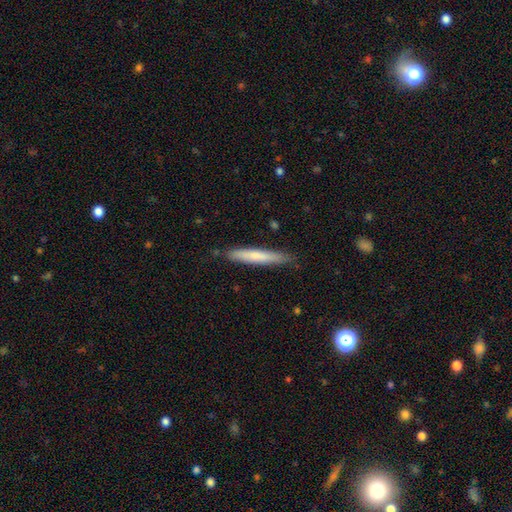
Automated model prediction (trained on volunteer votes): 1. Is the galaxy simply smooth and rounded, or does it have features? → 68% smooth, 27% featured or disk, 6% star or artifact.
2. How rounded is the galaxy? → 94% cigar-shaped, 5% in between, 1% round.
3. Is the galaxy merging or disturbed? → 83% none, 13% minor disturbance, 2% major disturbance, 1% merger.